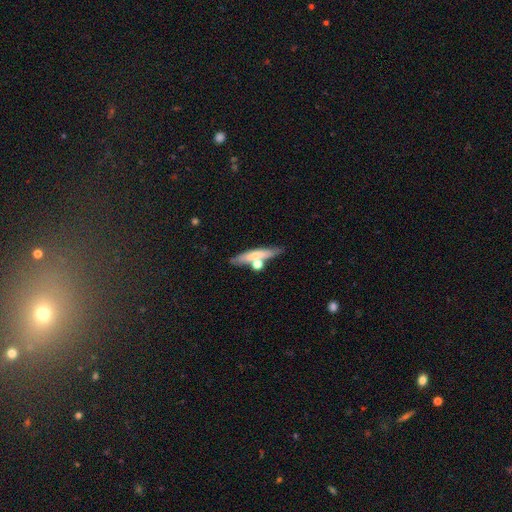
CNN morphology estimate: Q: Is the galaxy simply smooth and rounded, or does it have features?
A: smooth — 60%.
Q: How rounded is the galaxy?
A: cigar-shaped — 77%.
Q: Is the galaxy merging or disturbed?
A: none — 64%.